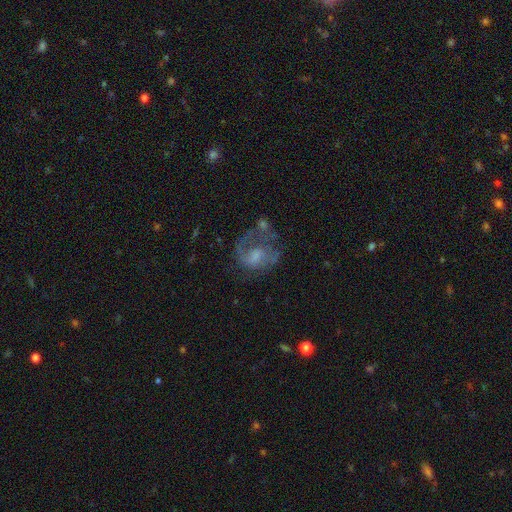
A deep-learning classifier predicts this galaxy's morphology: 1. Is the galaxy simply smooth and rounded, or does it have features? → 68% featured or disk, 22% smooth, 10% star or artifact.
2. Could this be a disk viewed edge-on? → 98% no, 2% yes.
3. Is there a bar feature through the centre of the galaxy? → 53% no, 40% weak, 7% strong.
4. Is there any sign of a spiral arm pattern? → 76% yes, 24% no.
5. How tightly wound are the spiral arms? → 45% medium, 31% loose, 24% tight.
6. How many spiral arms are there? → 42% 1, 34% 2, 17% can't tell, 4% 3, 2% 4, 2% more than 4.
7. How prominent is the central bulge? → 34% moderate (tied), 34% small (tied), 25% none, 6% large, 2% dominant.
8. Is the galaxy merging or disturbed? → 42% none, 32% major disturbance, 19% minor disturbance, 8% merger.